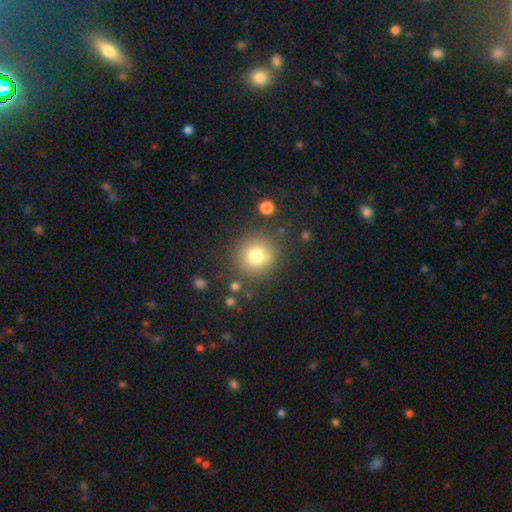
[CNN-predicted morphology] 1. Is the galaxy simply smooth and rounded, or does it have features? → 76% smooth, 13% star or artifact, 10% featured or disk.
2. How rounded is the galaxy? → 91% round, 8% in between, 1% cigar-shaped.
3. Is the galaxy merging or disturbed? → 80% none, 10% minor disturbance, 5% merger, 4% major disturbance.